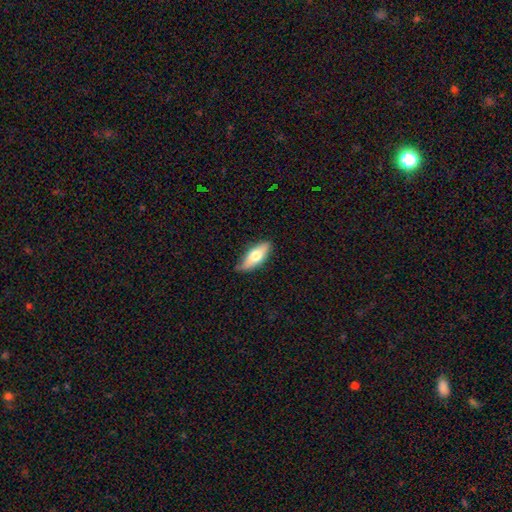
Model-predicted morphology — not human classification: Overall: smooth (67%; featured or disk 28%). How rounded: in between (73%). Merging: none (79%).